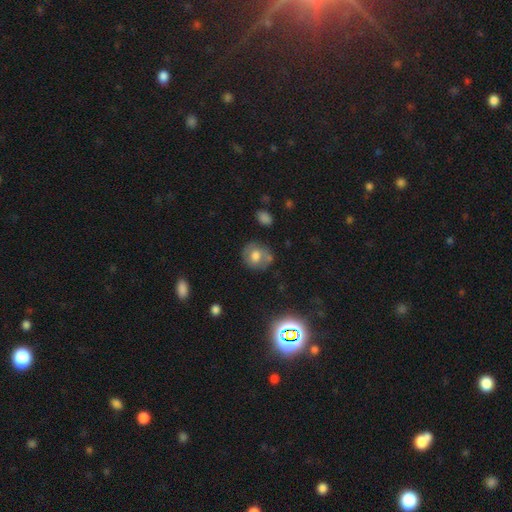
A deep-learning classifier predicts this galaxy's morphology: smooth 60%, featured or disk 29%, star or artifact 11%. Down the decision tree: how rounded — round (71%); merging — none (66%).